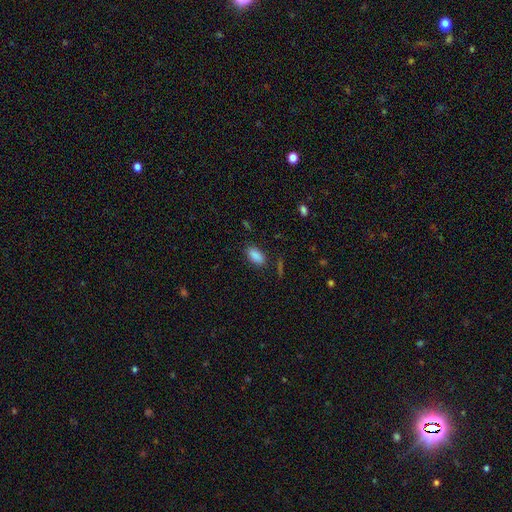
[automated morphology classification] A smooth galaxy with no disk features (87%) that is in between round and cigar-shaped (92%). Merging: none (83%).